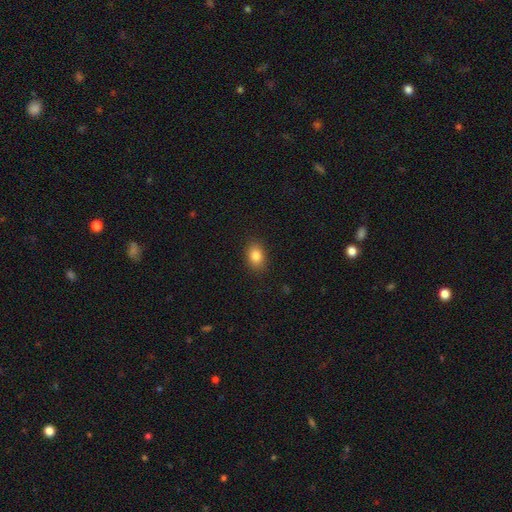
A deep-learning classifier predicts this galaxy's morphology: The model was most divided on "how rounded": in between: 78%, round: 21%, cigar-shaped: 1%. More confident: merging — none (87%); smooth or featured — smooth (85%).